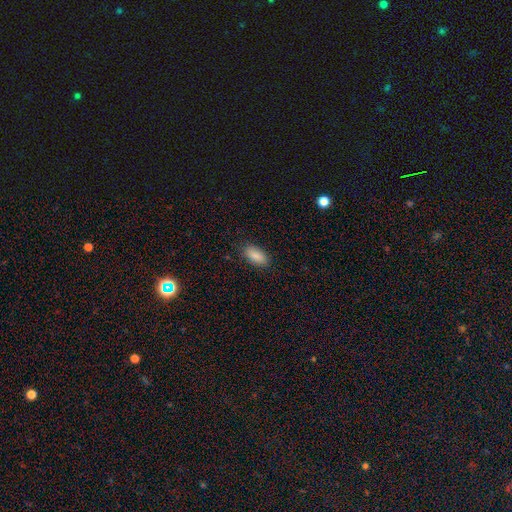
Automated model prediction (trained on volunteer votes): This is clearly a smooth galaxy (89%). How rounded: clearly in between (89%). Merging: clearly none (87%).